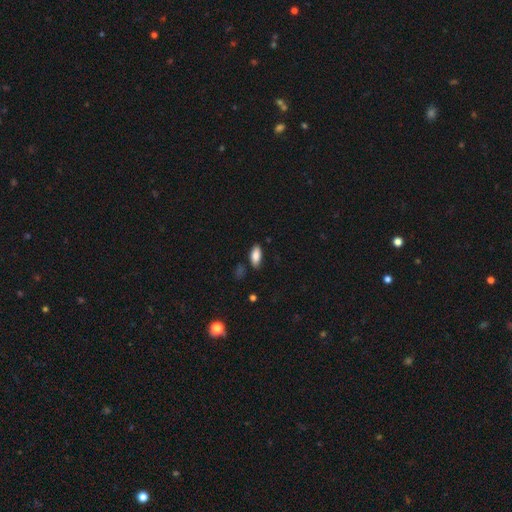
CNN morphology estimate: smooth 86%, featured or disk 7%, star or artifact 7%. Down the decision tree: how rounded — in between (87%); merging — none (81%).